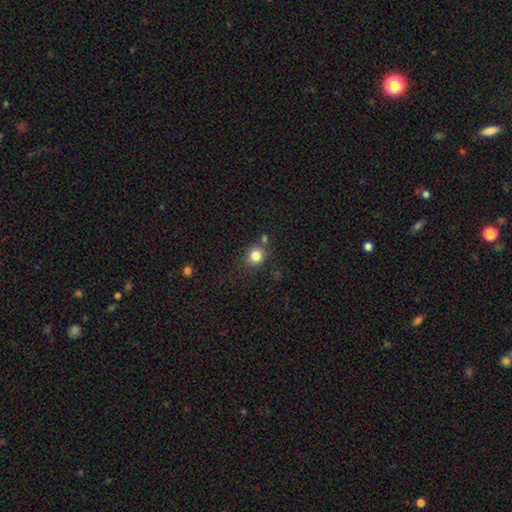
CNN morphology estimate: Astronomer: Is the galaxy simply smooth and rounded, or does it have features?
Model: smooth — 82%.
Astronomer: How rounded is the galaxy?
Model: round — 87%.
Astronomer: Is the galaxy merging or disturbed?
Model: none — 76%.